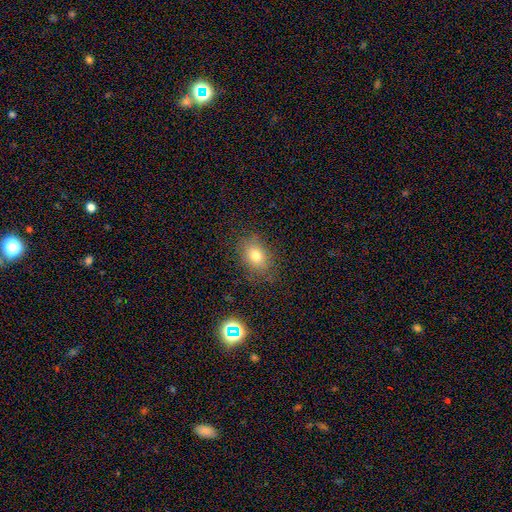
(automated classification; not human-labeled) A smooth galaxy with no disk features (74%) that is in between round and cigar-shaped (68%). Merging: none (80%).